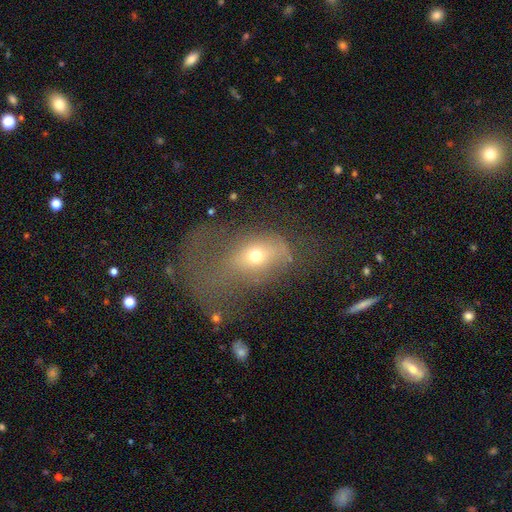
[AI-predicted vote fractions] Smooth or featured? Predicted: smooth (p=0.54). How rounded? Predicted: in between (p=0.66). Merging? Predicted: major disturbance (p=0.60).